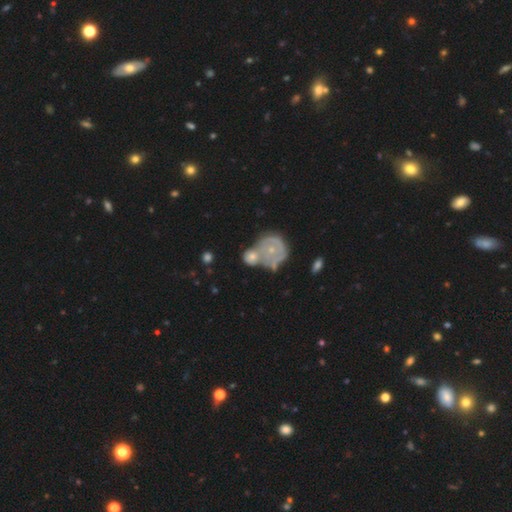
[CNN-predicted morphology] A featured or disk galaxy (53%) with no bar (84%), spiral arms (54%) and a small central bulge (70%).

Vote fractions:
- Smooth or featured? featured or disk: 53% / smooth: 37% / star or artifact: 10%
- Edge-on disk? no: 96% / yes: 4%
- Bar? no: 84% / weak: 13% / strong: 3%
- Spiral arms? yes: 54% / no: 46%
- Bulge size? small: 70% / moderate: 22% / none: 4% / large: 2% / dominant: 1%
- Merging? merger: 51% / none: 29% / minor disturbance: 12% / major disturbance: 8%